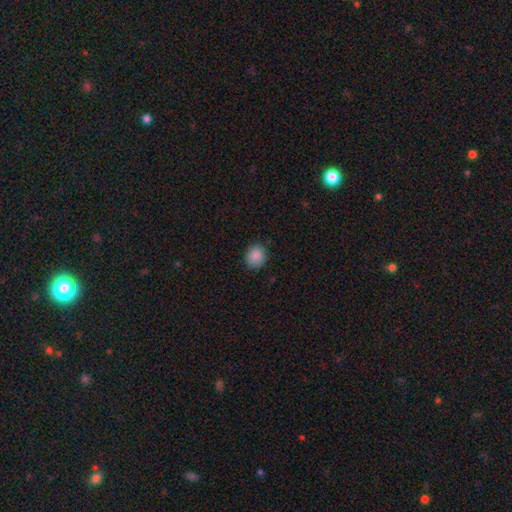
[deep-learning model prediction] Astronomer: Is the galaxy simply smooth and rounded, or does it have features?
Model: smooth — 87%.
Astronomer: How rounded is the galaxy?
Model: round — 72%.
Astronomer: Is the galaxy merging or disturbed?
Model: none — 85%.